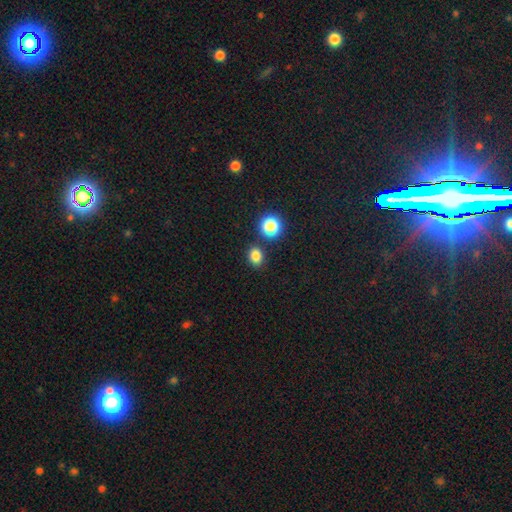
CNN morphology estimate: smooth 81%, star or artifact 15%, featured or disk 5%. Down the decision tree: how rounded — round (51%); merging — none (80%).